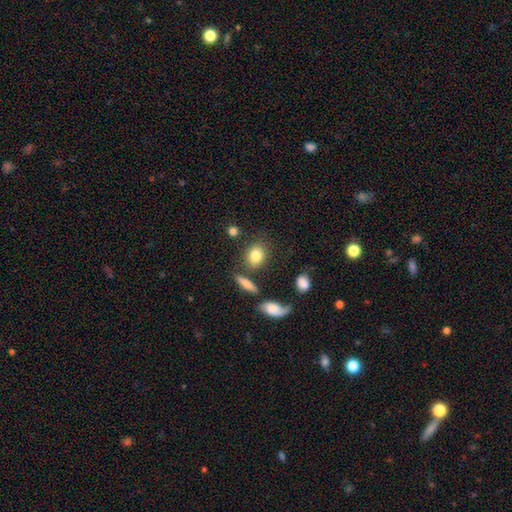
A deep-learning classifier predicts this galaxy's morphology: Q: Smooth or featured?
A: smooth (81%); runner-up: featured or disk (10%)
Q: How rounded?
A: in between (51%); runner-up: round (46%)
Q: Merging?
A: none (74%); runner-up: minor disturbance (12%)